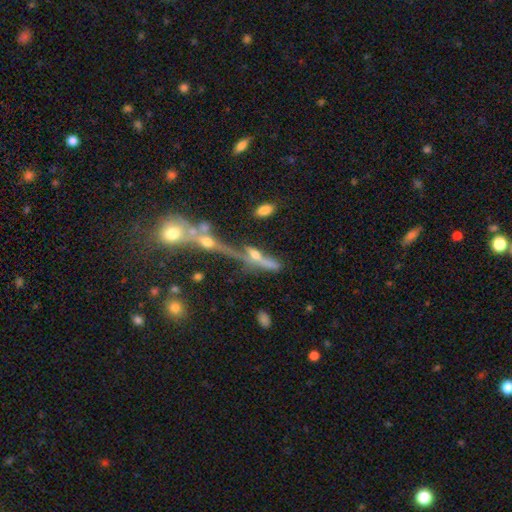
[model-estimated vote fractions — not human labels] This appears to be a featured or disk galaxy (54%) viewed edge-on (74%). Merging: none (37%).